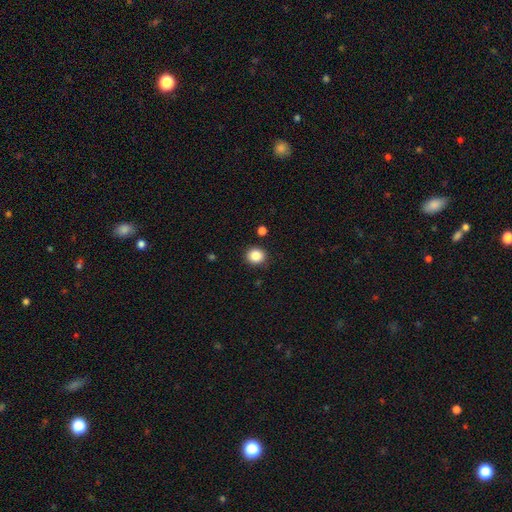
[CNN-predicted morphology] Q: Smooth or featured?
A: smooth (86%); runner-up: star or artifact (10%)
Q: How rounded?
A: round (88%); runner-up: in between (12%)
Q: Merging?
A: none (90%); runner-up: minor disturbance (6%)